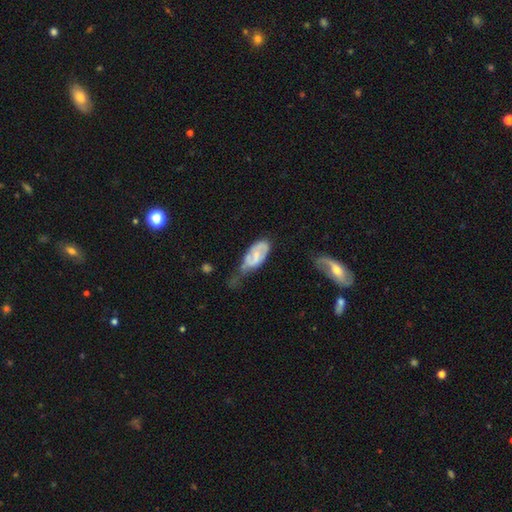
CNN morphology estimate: This appears to be a featured or disk galaxy (57%) with no bar (50%), spiral arms (64%) and a small central bulge (50%). Merging: minor disturbance (37%).